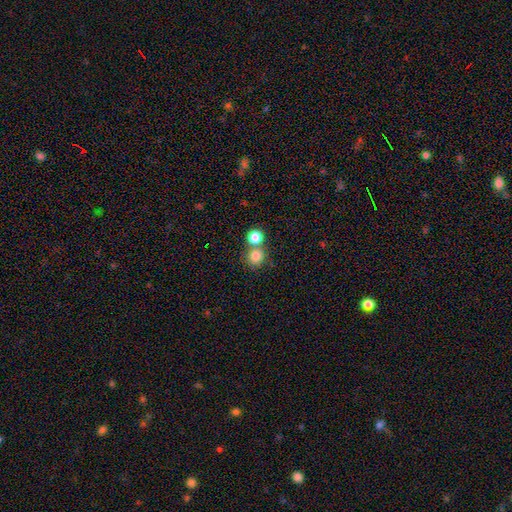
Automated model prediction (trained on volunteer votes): smooth 81%, star or artifact 12%, featured or disk 7%. Down the decision tree: how rounded — round (90%); merging — none (59%).